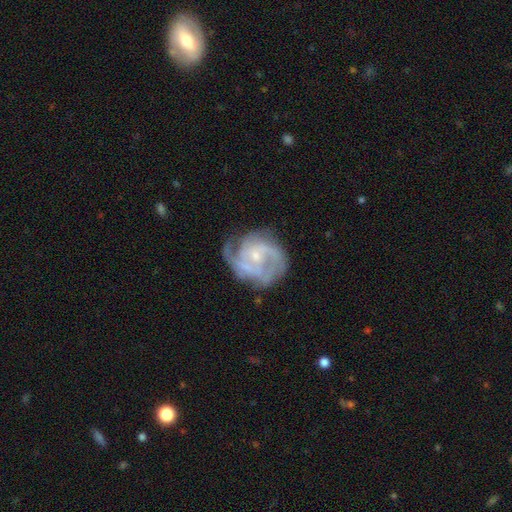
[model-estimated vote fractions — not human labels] smooth_or_featured: featured or disk (p=0.85) [alt: smooth p=0.09]
disk_edge_on: no (p=0.98) [alt: yes p=0.02]
bar: no (p=0.59) [alt: weak p=0.34]
has_spiral_arms: yes (p=0.94) [alt: no p=0.06]
spiral_winding: tight (p=0.44) [alt: medium p=0.43]
spiral_arm_count: 2 (p=0.33) [alt: 3 p=0.29]
bulge_size: small (p=0.70) [alt: moderate p=0.24]
merging: none (p=0.58) [alt: minor disturbance p=0.23]